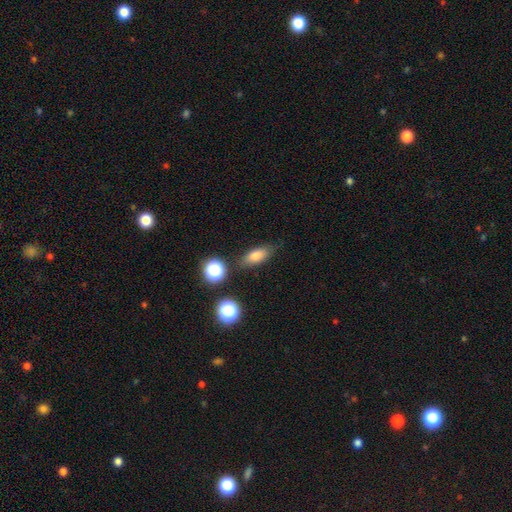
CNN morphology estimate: smooth-or-featured: smooth: 78% | star or artifact: 11% | featured or disk: 11%
  how-rounded: in between: 77% | cigar-shaped: 14% | round: 9%
  merging: none: 77% | minor disturbance: 15% | merger: 4% | major disturbance: 4%